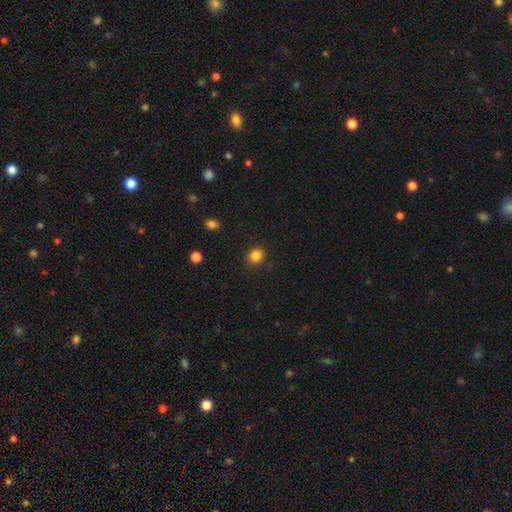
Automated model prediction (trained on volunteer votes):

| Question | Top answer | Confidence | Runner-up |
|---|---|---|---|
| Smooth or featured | smooth | 84% | star or artifact (11%) |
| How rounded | round | 73% | in between (26%) |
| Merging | none | 85% | minor disturbance (10%) |